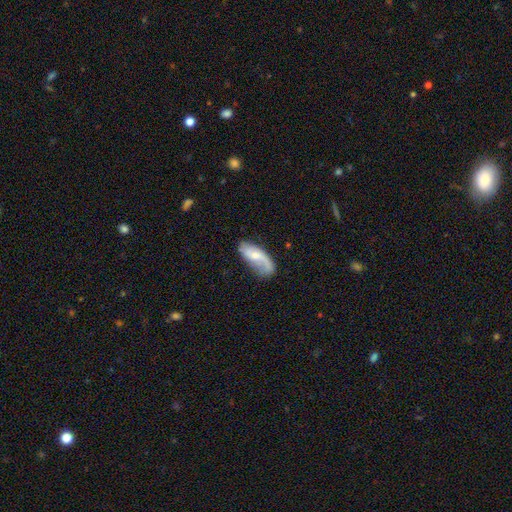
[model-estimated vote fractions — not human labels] This is possibly a featured or disk galaxy (55%). It is clearly not viewed edge-on (92%). Bar: possibly no (54%). Spiral arm pattern: clearly yes (86%). Central bulge: marginally moderate (42%). Merging: possibly none (54%).